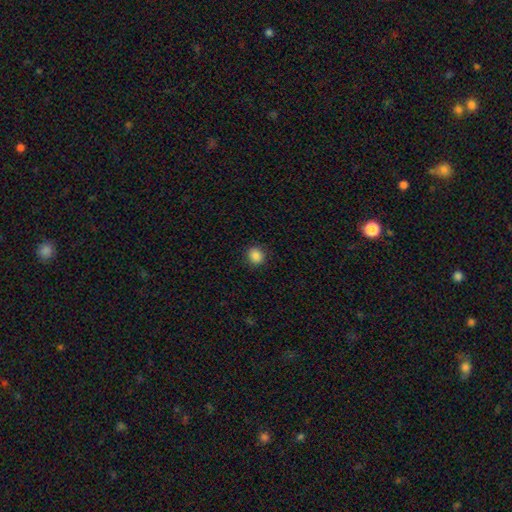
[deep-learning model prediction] Smooth or featured? Predicted: smooth (p=0.87). How rounded? Predicted: round (p=0.82). Merging? Predicted: none (p=0.89).